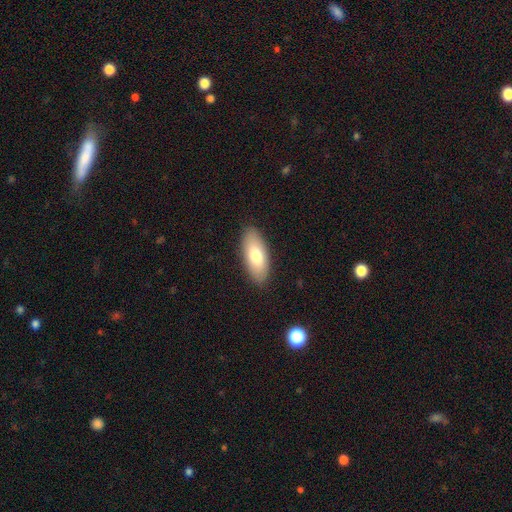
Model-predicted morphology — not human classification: Q: Smooth or featured?
A: smooth (77%); runner-up: featured or disk (17%)
Q: How rounded?
A: in between (85%); runner-up: cigar-shaped (13%)
Q: Merging?
A: none (88%); runner-up: minor disturbance (9%)